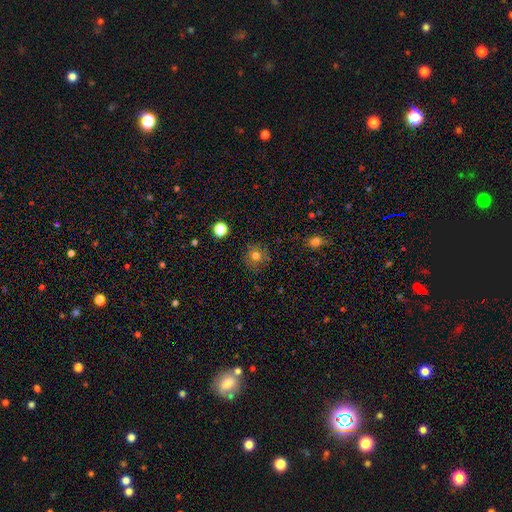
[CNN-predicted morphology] A smooth galaxy with no disk features (75%) that is round (89%). Merging: none (84%).